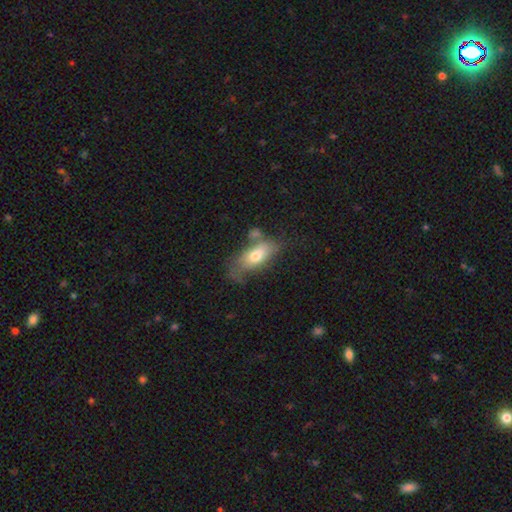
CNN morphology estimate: This appears to be a smooth galaxy with no disk features (66%) that is in between round and cigar-shaped (82%). Merging: none (36%).